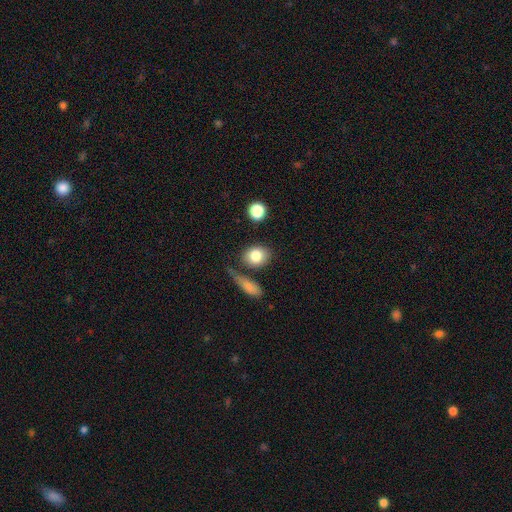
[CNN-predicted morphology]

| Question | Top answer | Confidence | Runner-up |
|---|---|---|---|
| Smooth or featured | smooth | 82% | featured or disk (10%) |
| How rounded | round | 49% | tied: in between (49%) |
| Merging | none | 70% | minor disturbance (14%) |